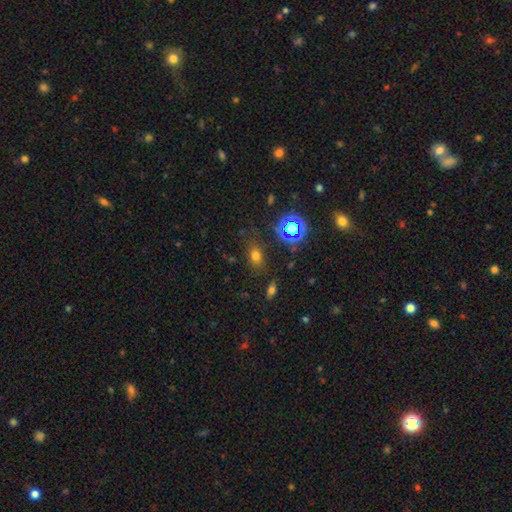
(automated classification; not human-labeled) This appears to be a smooth galaxy with no disk features (65%) that is in between round and cigar-shaped (66%). Merging: none (77%).